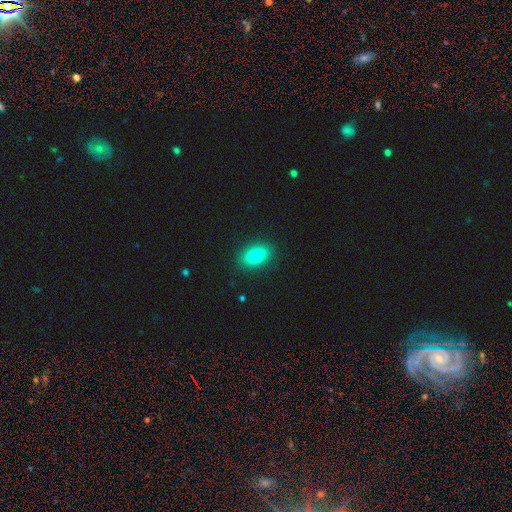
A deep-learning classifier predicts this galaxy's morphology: Smooth or featured? smooth (81%)
How rounded? in between (87%)
Merging? none (88%)